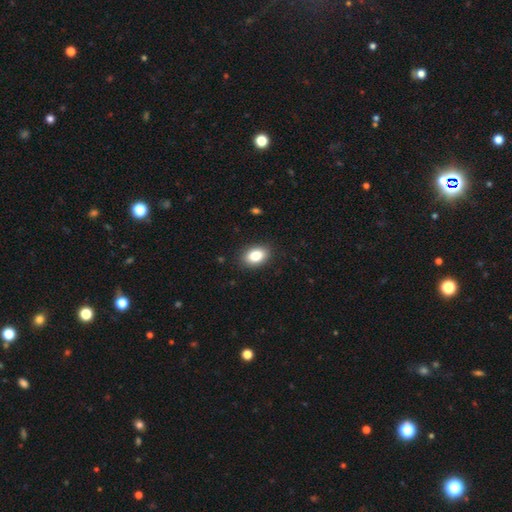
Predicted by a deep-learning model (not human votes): smooth_or_featured: smooth (p=0.84) [alt: star or artifact p=0.08]
how_rounded: in between (p=0.84) [alt: round p=0.15]
merging: none (p=0.88) [alt: minor disturbance p=0.09]